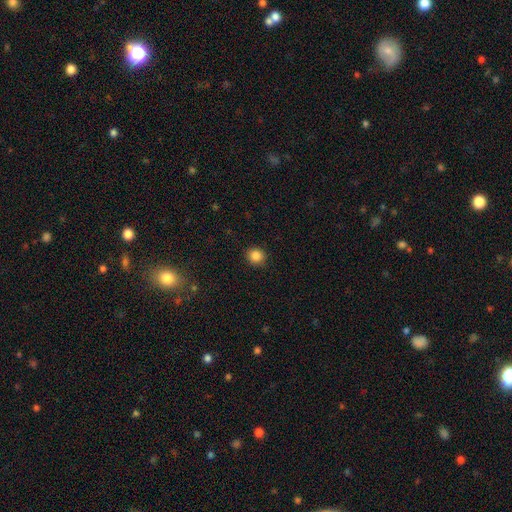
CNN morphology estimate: Overall: smooth (86%). How rounded: round (86%). Merging: none (91%).